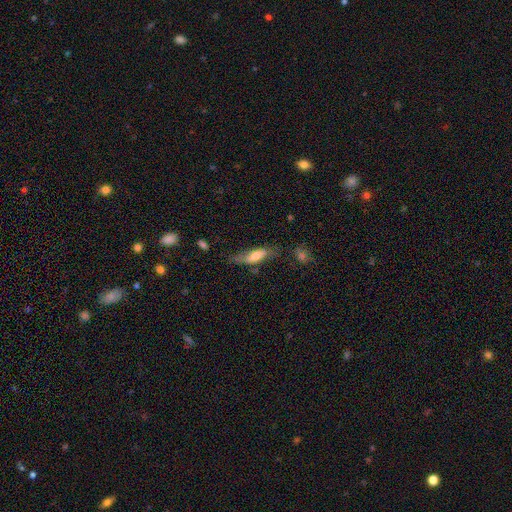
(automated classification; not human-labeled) A smooth galaxy with no disk features (62%) that is in between round and cigar-shaped (54%). Merging: none (52%).